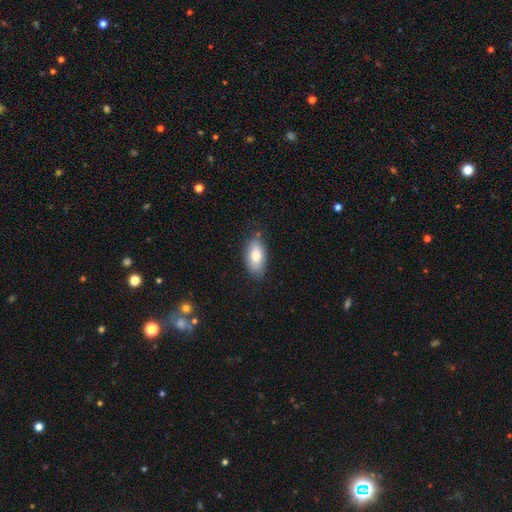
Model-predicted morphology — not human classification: Q: Smooth or featured?
A: smooth (80%); runner-up: featured or disk (13%)
Q: How rounded?
A: in between (92%); runner-up: cigar-shaped (5%)
Q: Merging?
A: none (78%); runner-up: minor disturbance (17%)